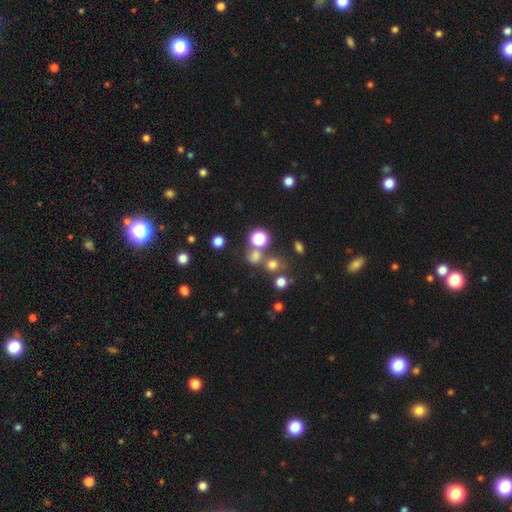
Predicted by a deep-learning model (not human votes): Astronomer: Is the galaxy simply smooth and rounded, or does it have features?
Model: smooth — 64%.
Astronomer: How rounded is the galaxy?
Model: round — 82%.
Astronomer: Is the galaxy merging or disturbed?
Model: none — 63%.